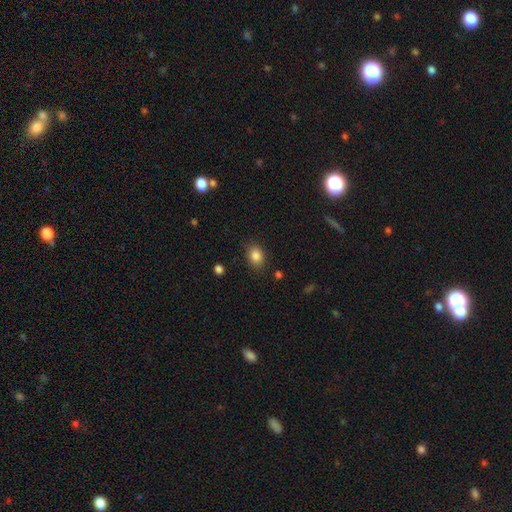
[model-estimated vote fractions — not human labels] Q: Smooth or featured?
A: smooth (85%); runner-up: star or artifact (10%)
Q: How rounded?
A: in between (62%); runner-up: round (37%)
Q: Merging?
A: none (84%); runner-up: minor disturbance (11%)